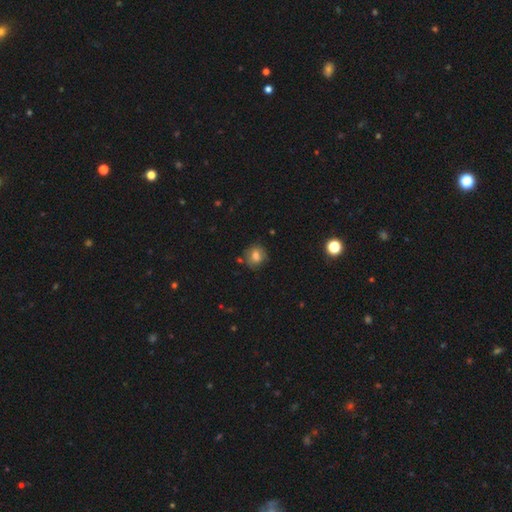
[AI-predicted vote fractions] smooth 73%, featured or disk 15%, star or artifact 12%. Down the decision tree: how rounded — round (75%); merging — none (74%).